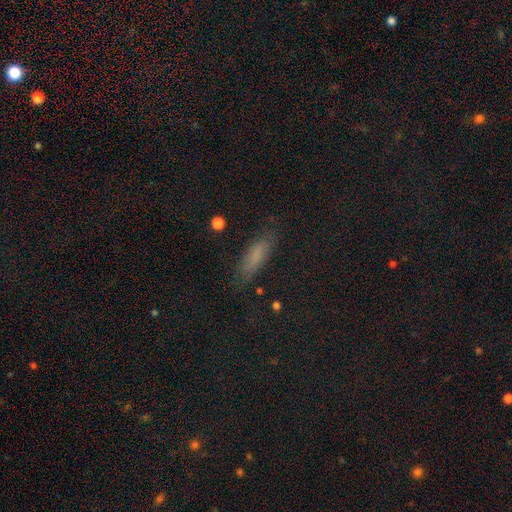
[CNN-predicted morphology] The model was most divided on "how rounded": cigar-shaped: 51%, in between: 46%, round: 3%. More confident: merging — none (76%); smooth or featured — smooth (69%).